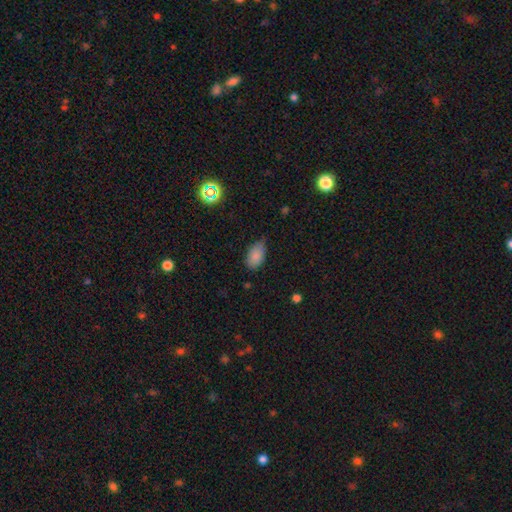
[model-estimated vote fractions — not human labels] Smooth or featured?
  - smooth: 84% *
  - star or artifact: 9%
  - featured or disk: 7%
How rounded?
  - in between: 92% *
  - round: 6%
  - cigar-shaped: 2%
Merging?
  - none: 55% *
  - minor disturbance: 38%
  - major disturbance: 6%
  - merger: 2%